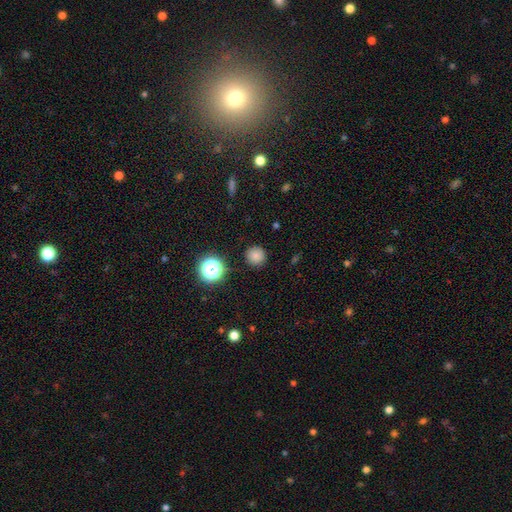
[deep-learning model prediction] A smooth galaxy with no disk features (80%) that is round (94%).

Vote fractions:
- Smooth or featured? smooth: 80% / star or artifact: 15% / featured or disk: 5%
- How rounded? round: 94% / in between: 5% / cigar-shaped: 1%
- Merging? none: 90% / minor disturbance: 7% / major disturbance: 2% / merger: 2%